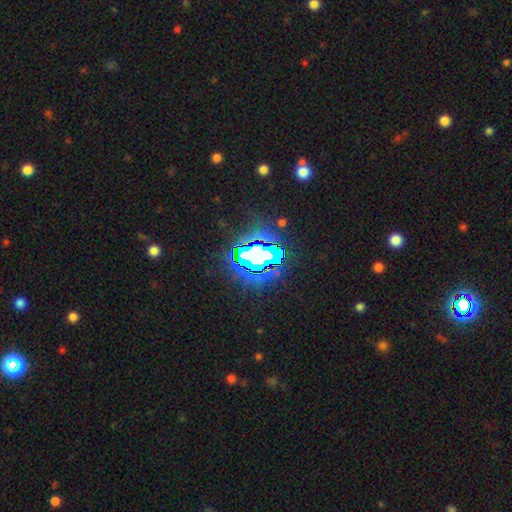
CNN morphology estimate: Overall: star or artifact (77%).